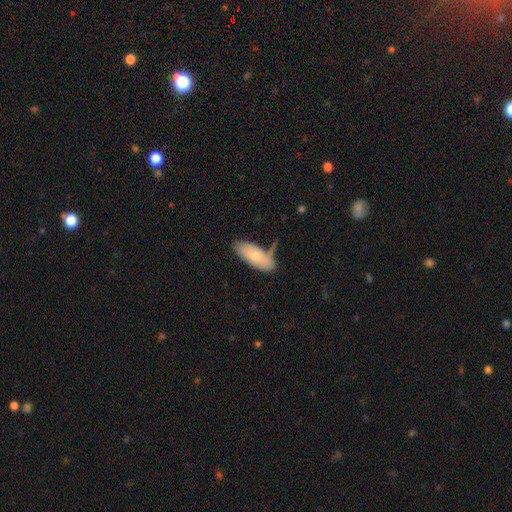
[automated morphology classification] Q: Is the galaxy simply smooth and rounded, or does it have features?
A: smooth — 70%.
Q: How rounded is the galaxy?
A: in between — 86%.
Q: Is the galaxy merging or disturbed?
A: none — 57%.